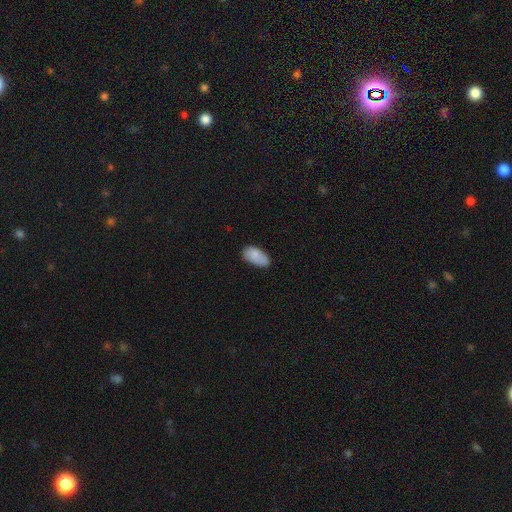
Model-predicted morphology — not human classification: Smooth or featured: smooth — 86% (featured or disk — 7%)
How rounded: in between — 94% (cigar-shaped — 3%)
Merging: none — 65% (minor disturbance — 26%)